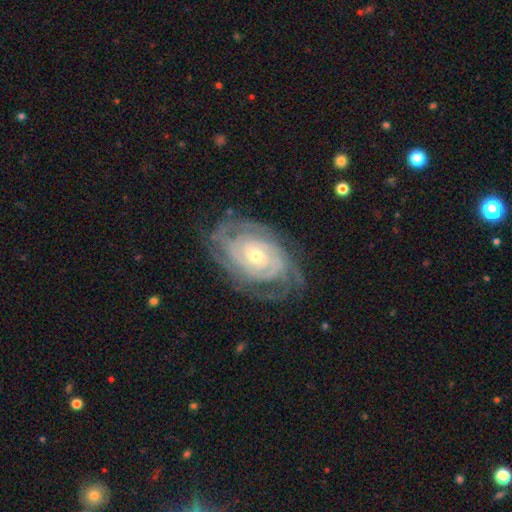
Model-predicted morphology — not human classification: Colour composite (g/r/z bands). It shows a featured or disk galaxy (90%) with no bar (73%), tight (81%) spiral arms (97%) and a small central bulge (55%). Merging: none (72%).